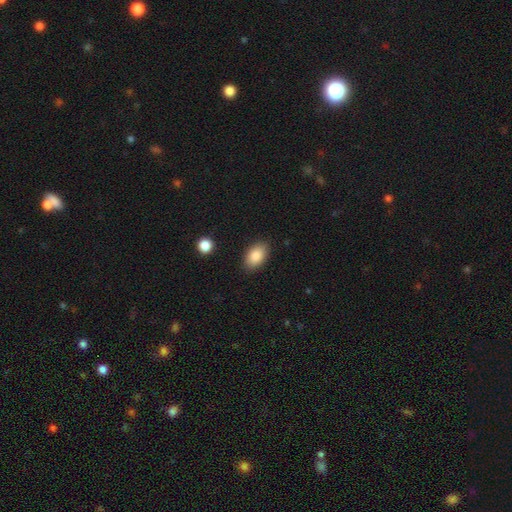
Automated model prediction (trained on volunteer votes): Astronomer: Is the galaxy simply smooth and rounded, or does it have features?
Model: smooth — 87%.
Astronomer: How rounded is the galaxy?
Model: in between — 92%.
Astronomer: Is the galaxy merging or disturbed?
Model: none — 86%.